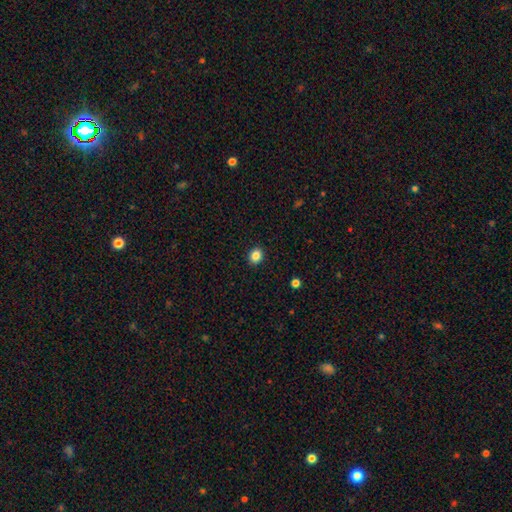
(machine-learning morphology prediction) The model was most divided on "how rounded": round: 68%, in between: 32%, cigar-shaped: 1%. More confident: merging — none (92%); smooth or featured — smooth (85%).